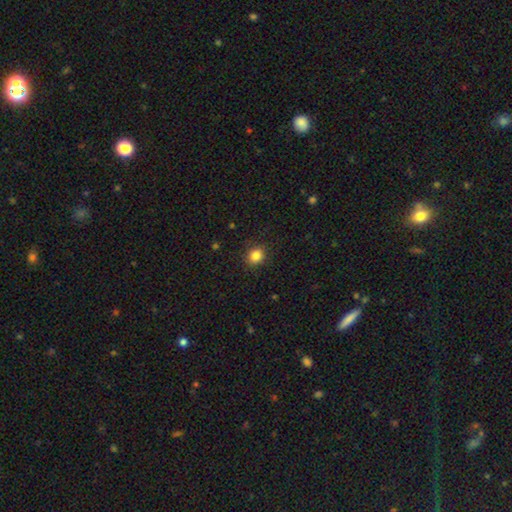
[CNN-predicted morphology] Overall: smooth (84%). How rounded: round (72%). Merging: none (89%).